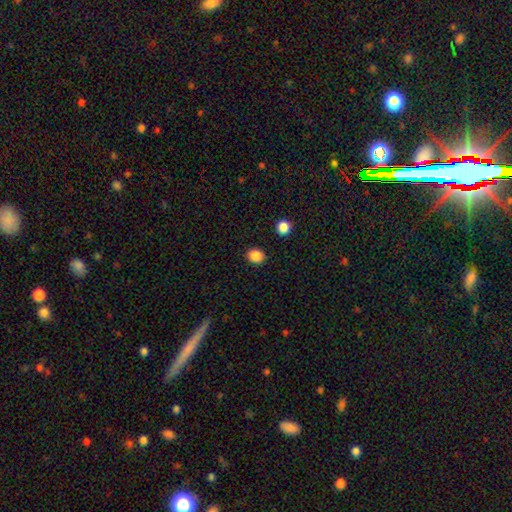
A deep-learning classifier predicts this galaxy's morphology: Q: Smooth or featured?
A: smooth (87%); runner-up: star or artifact (10%)
Q: How rounded?
A: round (66%); runner-up: in between (33%)
Q: Merging?
A: none (89%); runner-up: minor disturbance (7%)